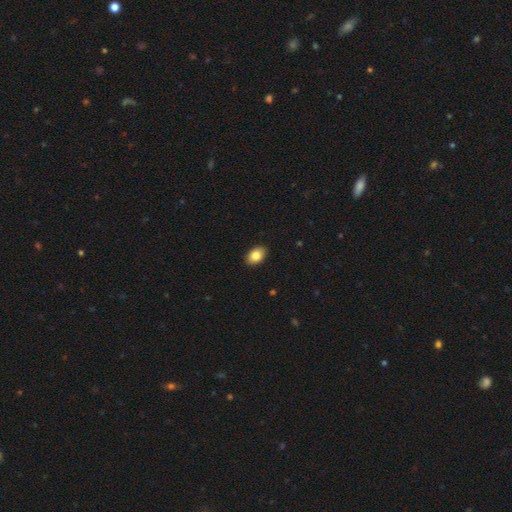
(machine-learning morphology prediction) Smooth or featured: smooth — 84% (featured or disk — 8%)
How rounded: in between — 86% (round — 13%)
Merging: none — 90% (minor disturbance — 7%)